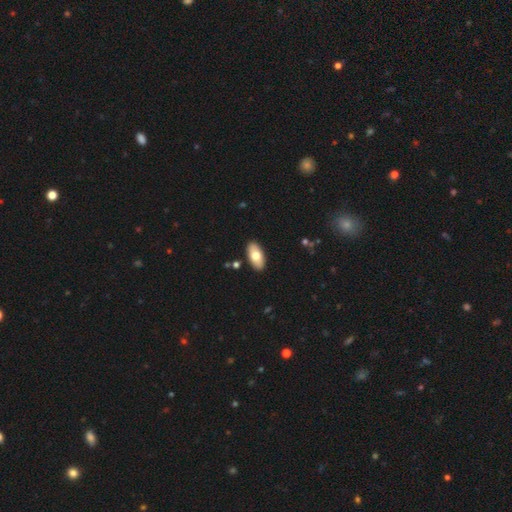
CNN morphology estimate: This is likely a smooth galaxy (72%). How rounded: clearly in between (92%). Merging: clearly none (89%).